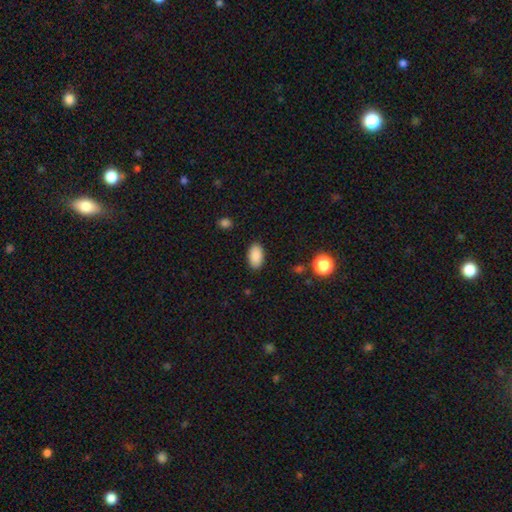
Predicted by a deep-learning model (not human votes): Q: Smooth or featured?
A: smooth (89%); runner-up: star or artifact (7%)
Q: How rounded?
A: in between (94%); runner-up: round (4%)
Q: Merging?
A: none (89%); runner-up: minor disturbance (8%)